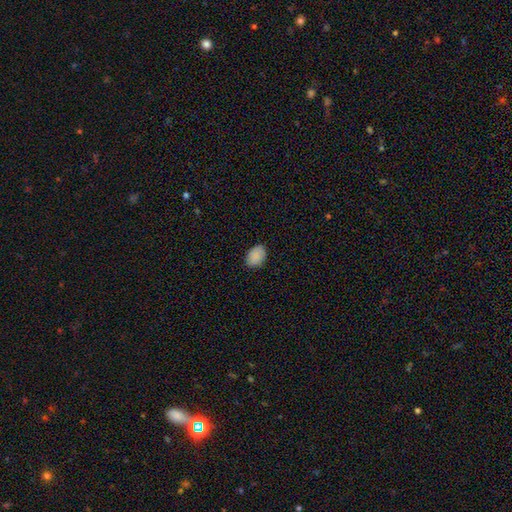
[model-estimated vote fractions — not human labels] smooth_or_featured: smooth (p=0.89) [alt: star or artifact p=0.07]
how_rounded: in between (p=0.71) [alt: round p=0.28]
merging: none (p=0.86) [alt: minor disturbance p=0.11]